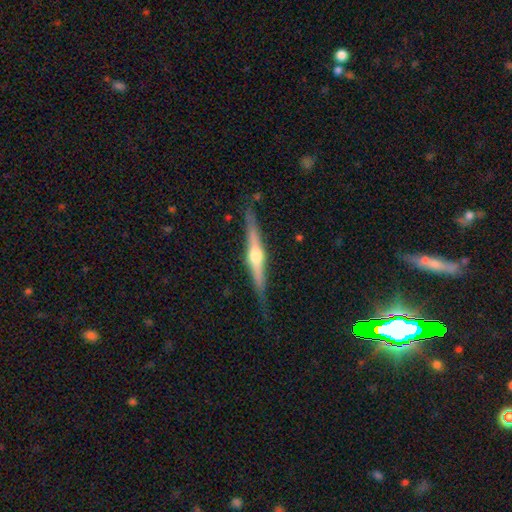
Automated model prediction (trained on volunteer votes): Smooth or featured? featured or disk (74%)
Edge-on disk? yes (98%)
Edge-on bulge? rounded (93%)
Merging? none (83%)